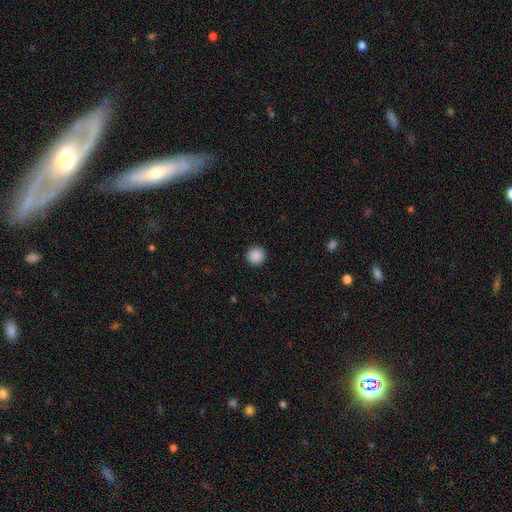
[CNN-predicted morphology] Smooth or featured? Predicted: smooth (p=0.89). How rounded? Predicted: round (p=0.96). Merging? Predicted: none (p=0.93).